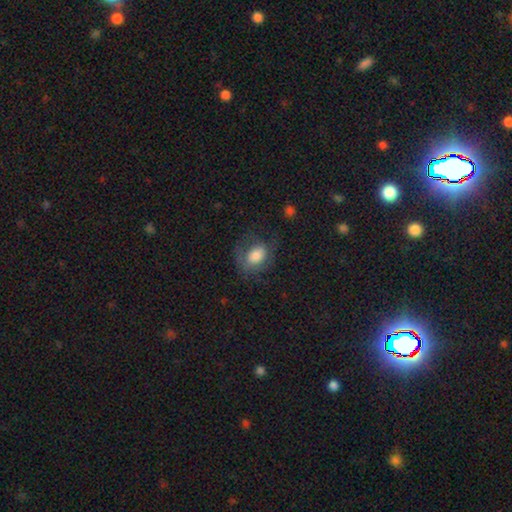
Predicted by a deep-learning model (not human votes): smooth_or_featured: smooth (p=0.65) [alt: featured or disk p=0.26]
how_rounded: in between (p=0.69) [alt: round p=0.29]
merging: none (p=0.51) [alt: minor disturbance p=0.25]